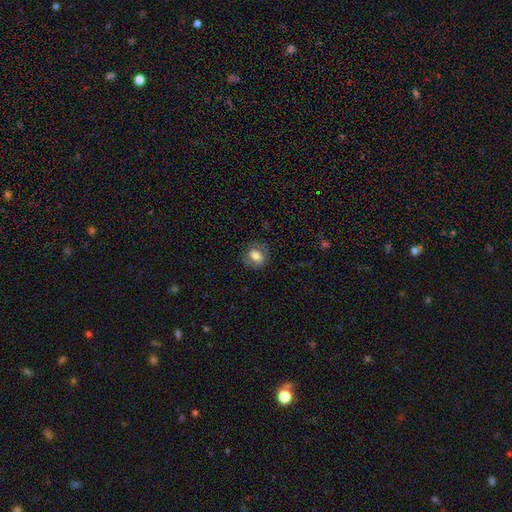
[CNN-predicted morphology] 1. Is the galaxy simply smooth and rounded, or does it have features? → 68% smooth, 22% featured or disk, 9% star or artifact.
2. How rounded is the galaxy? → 50% in between, 48% round, 1% cigar-shaped.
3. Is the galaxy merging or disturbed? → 72% none, 18% minor disturbance, 8% major disturbance, 1% merger.